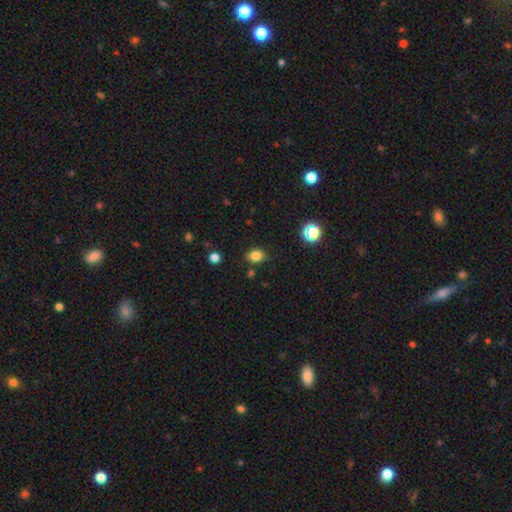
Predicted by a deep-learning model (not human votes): smooth 81%, star or artifact 13%, featured or disk 6%. Down the decision tree: how rounded — in between (68%); merging — none (80%).